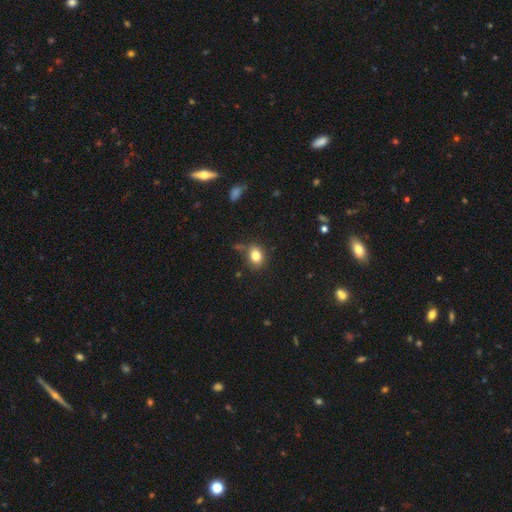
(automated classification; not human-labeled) smooth-or-featured: smooth: 81% | star or artifact: 11% | featured or disk: 8%
  how-rounded: in between: 56% | round: 43% | cigar-shaped: 1%
  merging: none: 75% | minor disturbance: 15% | merger: 5% | major disturbance: 4%